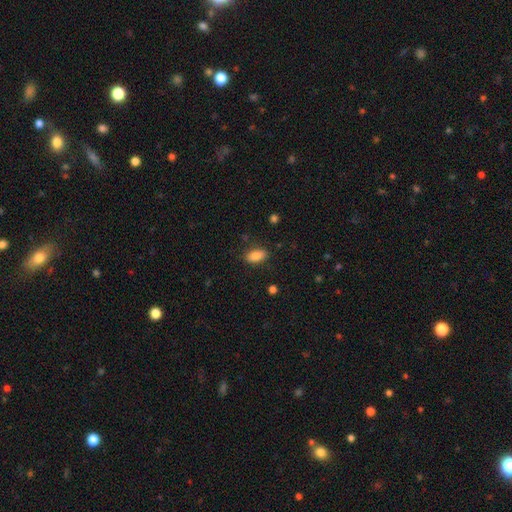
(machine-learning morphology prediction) Smooth or featured?
  - smooth: 86% *
  - star or artifact: 8%
  - featured or disk: 6%
How rounded?
  - in between: 89% *
  - cigar-shaped: 7%
  - round: 5%
Merging?
  - none: 84% *
  - minor disturbance: 11%
  - major disturbance: 3%
  - merger: 1%